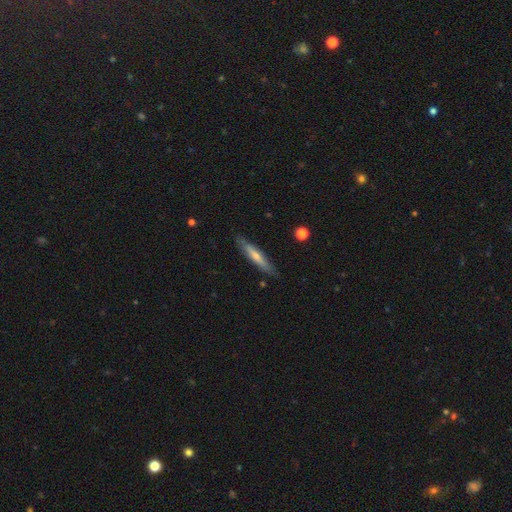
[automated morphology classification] Overall: featured or disk (48%; smooth 46%). Merging: none (85%).